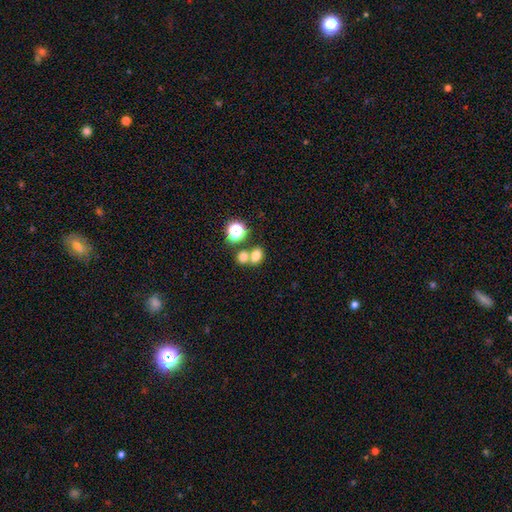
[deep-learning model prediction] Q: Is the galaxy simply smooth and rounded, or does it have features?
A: smooth — 75%.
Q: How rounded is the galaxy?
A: in between — 58%.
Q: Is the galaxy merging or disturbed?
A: none — 46%.